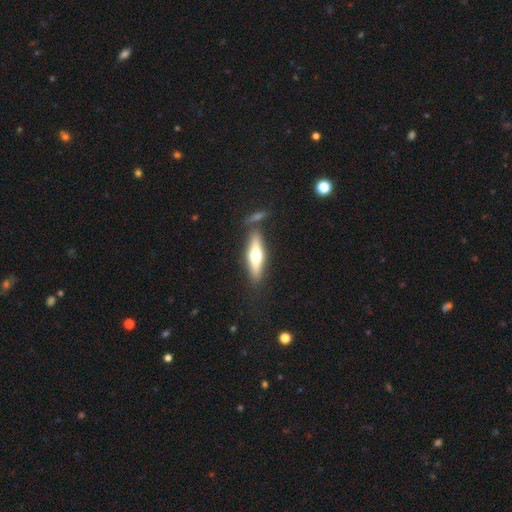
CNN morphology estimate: Smooth or featured? Predicted: featured or disk (p=0.51). Edge-on disk? Predicted: yes (p=0.88). Merging? Predicted: none (p=0.75).